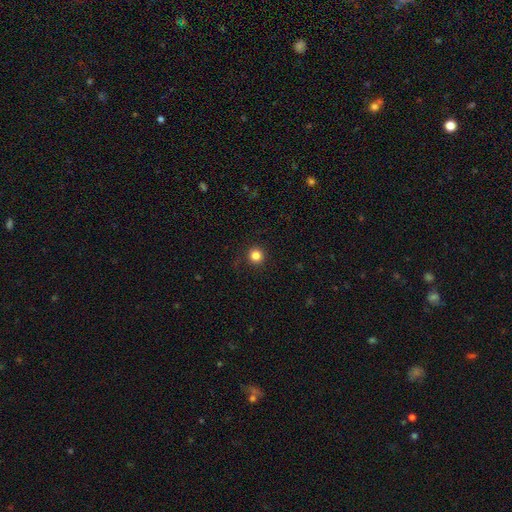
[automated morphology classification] A smooth galaxy with no disk features (84%) that is round (95%). Merging: none (91%).